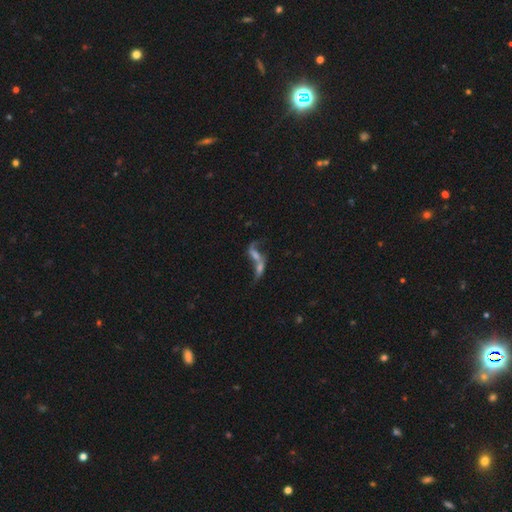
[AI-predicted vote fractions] A featured or disk galaxy (61%) with no bar (62%), spiral arms (61%) and no central bulge (36%).

Vote fractions:
- Smooth or featured? featured or disk: 61% / smooth: 24% / star or artifact: 15%
- Edge-on disk? no: 87% / yes: 13%
- Bar? no: 62% / weak: 27% / strong: 11%
- Spiral arms? yes: 61% / no: 39%
- Bulge size? none: 36% / small: 30% / moderate: 24% / large: 7% / dominant: 3%
- Merging? merger: 65% / none: 16% / major disturbance: 12% / minor disturbance: 6%